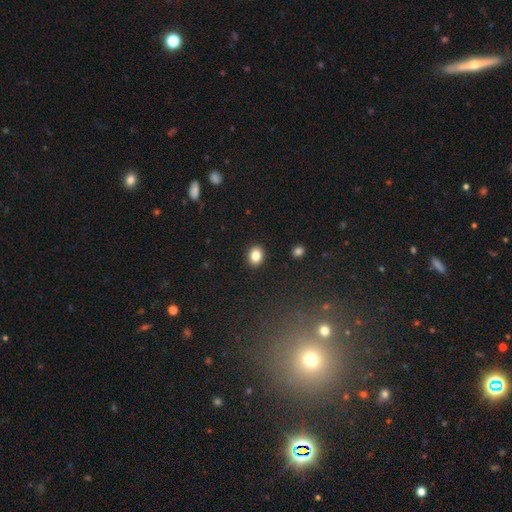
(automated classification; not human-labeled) smooth_or_featured: smooth (p=0.84) [alt: star or artifact p=0.10]
how_rounded: in between (p=0.54) [alt: round p=0.45]
merging: none (p=0.91) [alt: minor disturbance p=0.06]